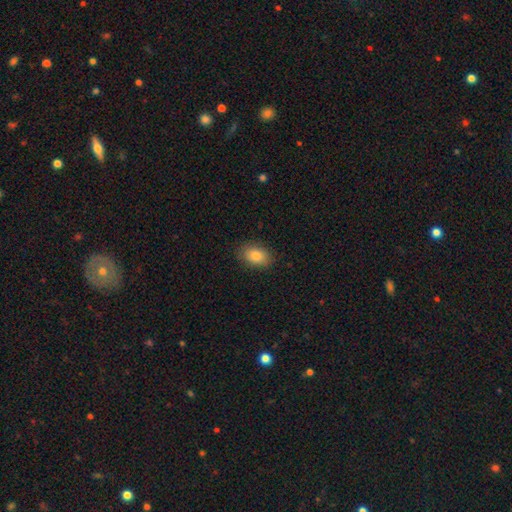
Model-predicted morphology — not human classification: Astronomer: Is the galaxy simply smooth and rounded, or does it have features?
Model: smooth — 84%.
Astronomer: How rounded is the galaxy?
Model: in between — 83%.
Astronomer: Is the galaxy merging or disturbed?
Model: none — 86%.